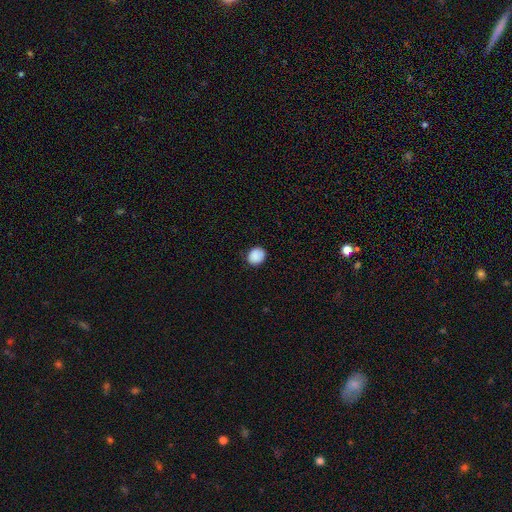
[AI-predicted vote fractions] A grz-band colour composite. It shows a smooth galaxy with no disk features (88%) that is round (73%). Merging: none (82%).